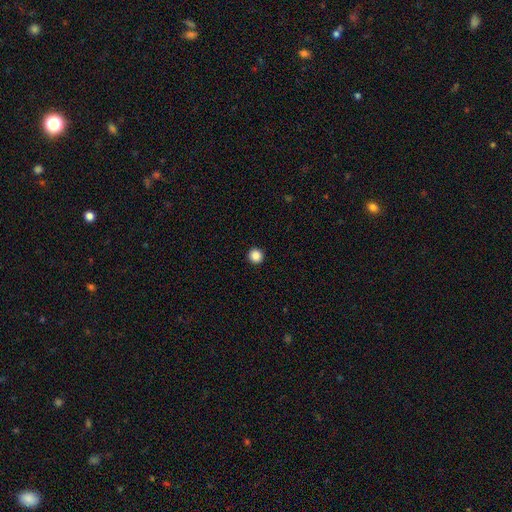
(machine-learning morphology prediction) smooth-or-featured: smooth: 87% | star or artifact: 10% | featured or disk: 3%
  how-rounded: round: 96% | in between: 3% | cigar-shaped: 1%
  merging: none: 94% | minor disturbance: 4% | major disturbance: 1% | merger: 1%